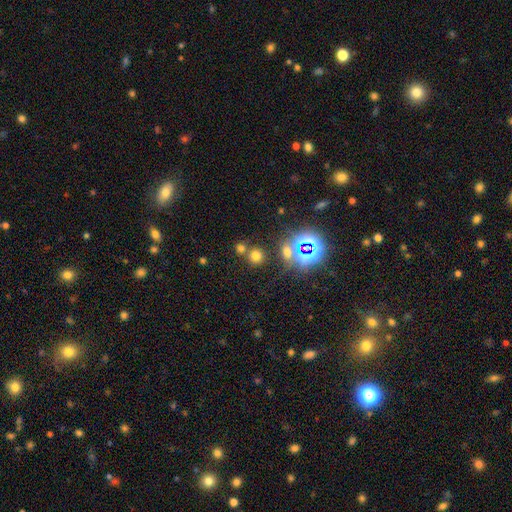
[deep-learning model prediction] A smooth galaxy with no disk features (61%) that is round (90%). Merging: none (71%).